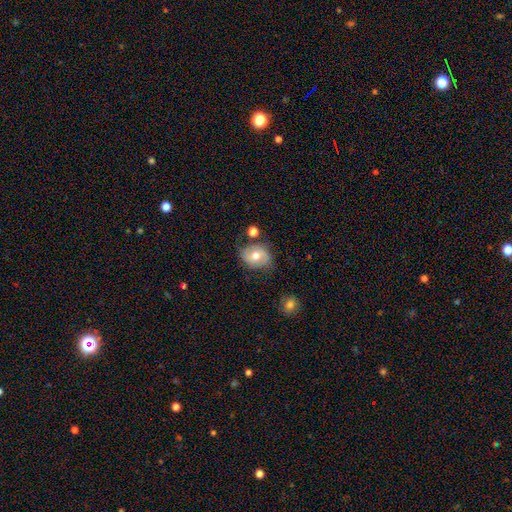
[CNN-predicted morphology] Smooth or featured? Predicted: smooth (p=0.57). How rounded? Predicted: round (p=0.53). Merging? Predicted: none (p=0.69).